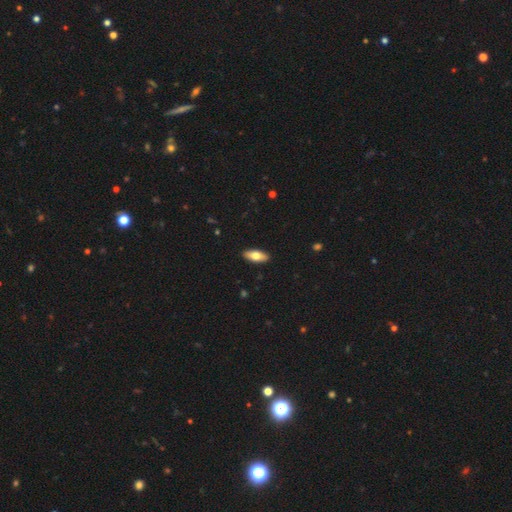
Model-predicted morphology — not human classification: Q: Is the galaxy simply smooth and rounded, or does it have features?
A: smooth — 70%.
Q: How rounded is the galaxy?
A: in between — 79%.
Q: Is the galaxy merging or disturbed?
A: none — 91%.